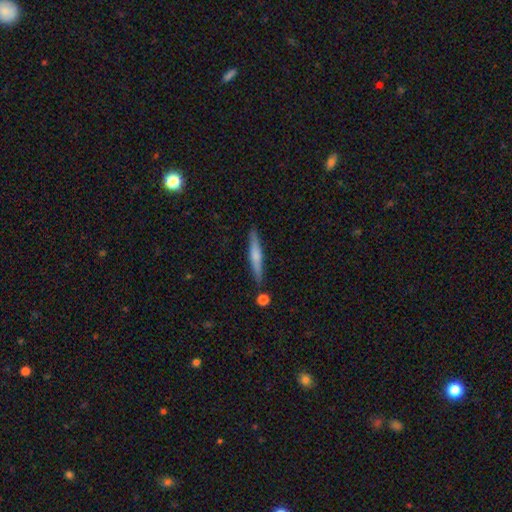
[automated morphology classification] smooth_or_featured: smooth (p=0.51) [alt: featured or disk p=0.43]
how_rounded: cigar-shaped (p=0.93) [alt: in between p=0.05]
merging: none (p=0.86) [alt: minor disturbance p=0.09]